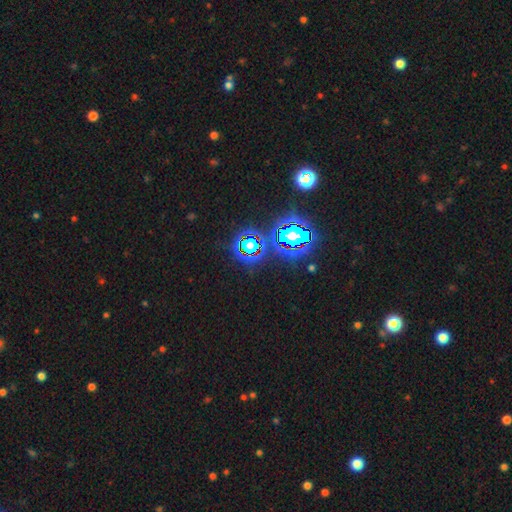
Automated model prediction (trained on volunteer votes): Smooth or featured? star or artifact (82%)